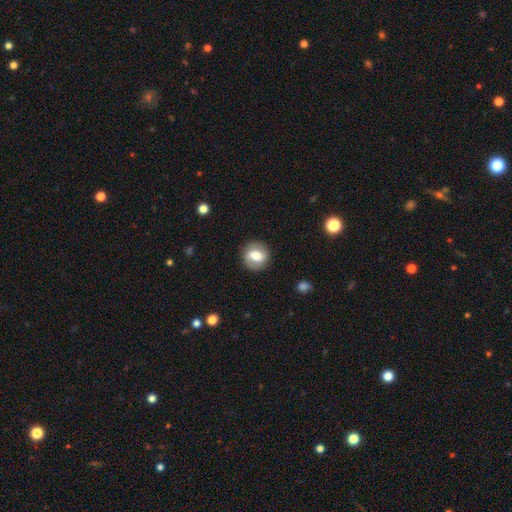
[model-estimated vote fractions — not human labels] smooth-or-featured: smooth: 58% | featured or disk: 34% | star or artifact: 8%
  how-rounded: round: 80% | in between: 19% | cigar-shaped: 1%
  merging: none: 85% | minor disturbance: 10% | major disturbance: 4% | merger: 1%